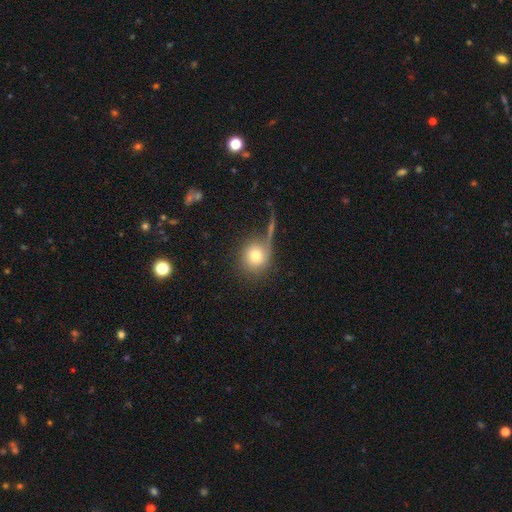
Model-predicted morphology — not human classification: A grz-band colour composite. It shows a smooth galaxy with no disk features (76%) that is round (83%). Merging: none (57%).